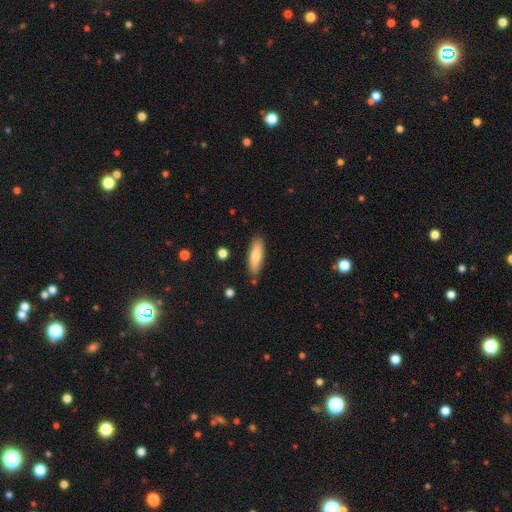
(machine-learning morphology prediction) The model was most divided on "how rounded": cigar-shaped: 57%, in between: 41%, round: 2%. More confident: merging — none (85%); smooth or featured — smooth (68%).